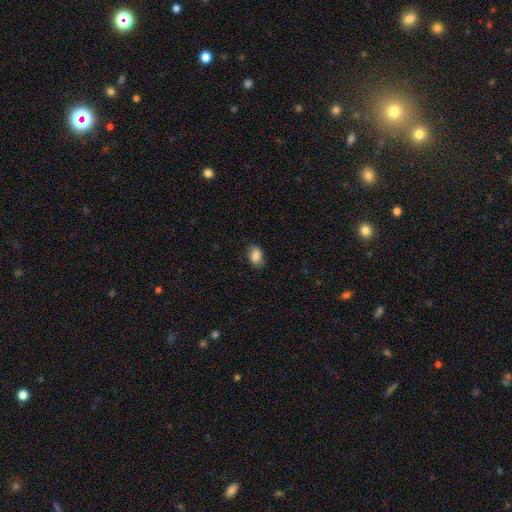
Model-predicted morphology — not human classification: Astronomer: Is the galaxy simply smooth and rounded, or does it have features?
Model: smooth — 86%.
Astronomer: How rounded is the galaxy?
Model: in between — 85%.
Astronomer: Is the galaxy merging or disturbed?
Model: none — 81%.